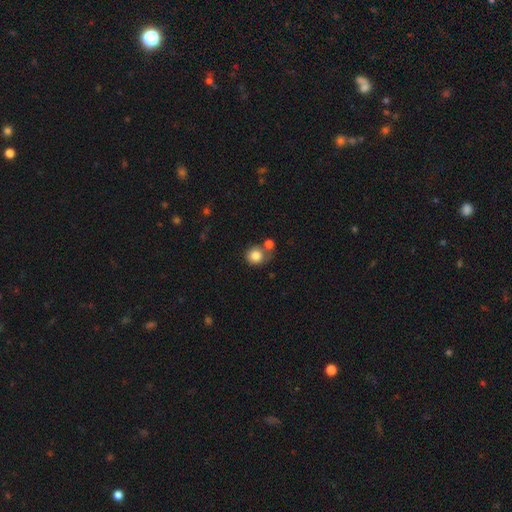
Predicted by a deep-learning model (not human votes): Morphology: type=smooth (83%); roundness=round (84%); merging=none (54%).